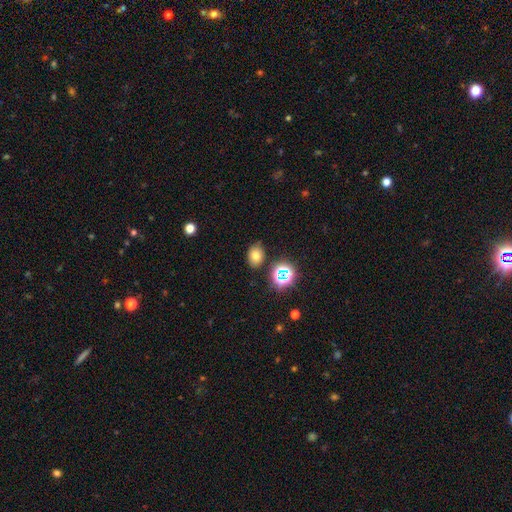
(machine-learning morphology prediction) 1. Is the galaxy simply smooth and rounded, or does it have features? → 72% smooth, 19% star or artifact, 9% featured or disk.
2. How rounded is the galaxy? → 69% in between, 30% round, 1% cigar-shaped.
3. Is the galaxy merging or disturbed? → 80% none, 13% minor disturbance, 4% merger, 3% major disturbance.